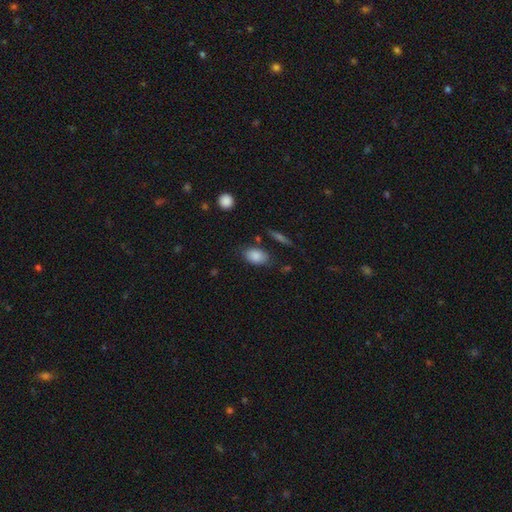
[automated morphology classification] Smooth or featured?
  - smooth: 85% *
  - featured or disk: 8%
  - star or artifact: 8%
How rounded?
  - in between: 88% *
  - round: 10%
  - cigar-shaped: 2%
Merging?
  - none: 75% *
  - minor disturbance: 17%
  - major disturbance: 4%
  - merger: 4%